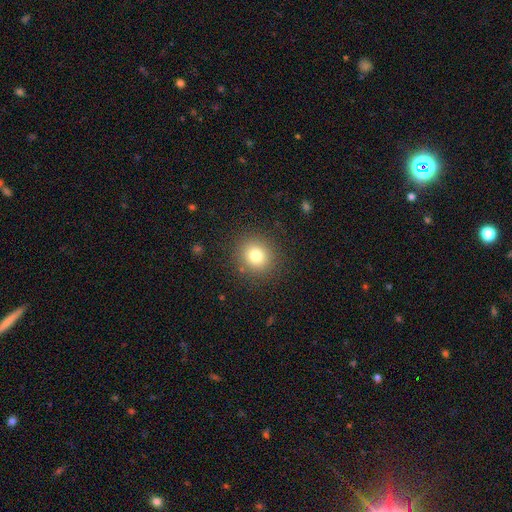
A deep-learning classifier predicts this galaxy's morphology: This is likely a smooth galaxy (78%). How rounded: clearly round (87%). Merging: clearly none (88%).